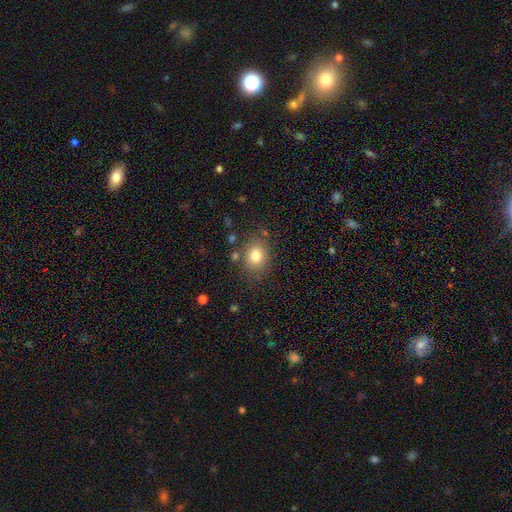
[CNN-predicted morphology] A smooth galaxy with no disk features (79%) that is round (57%). Merging: none (79%).